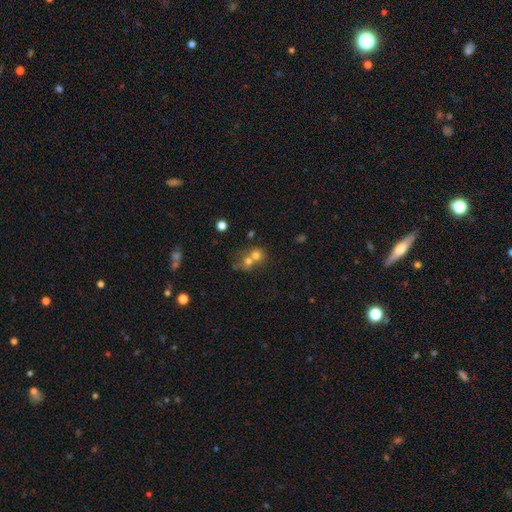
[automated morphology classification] Smooth or featured: smooth — 66% (featured or disk — 18%)
How rounded: round — 75% (in between — 24%)
Merging: merger — 62% (none — 28%)